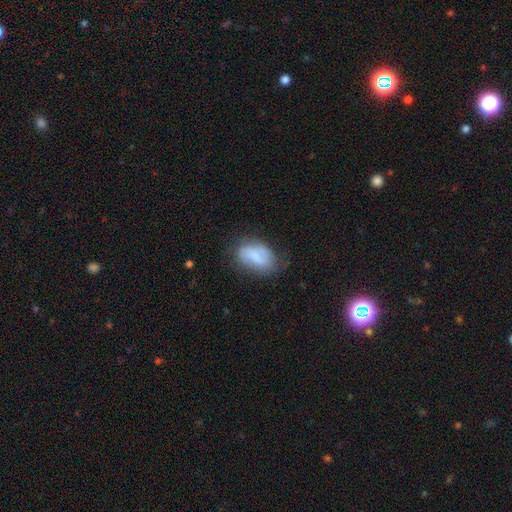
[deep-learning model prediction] Smooth or featured: smooth — 61% (featured or disk — 31%)
How rounded: in between — 89% (round — 9%)
Merging: none — 58% (minor disturbance — 28%)